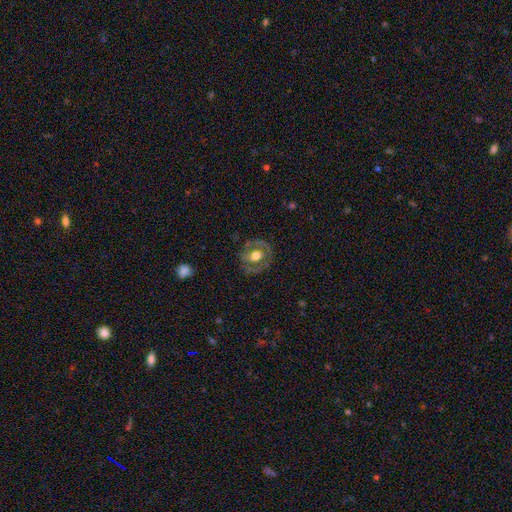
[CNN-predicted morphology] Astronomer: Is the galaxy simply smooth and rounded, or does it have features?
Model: featured or disk — 53% (runner-up: smooth, 39%).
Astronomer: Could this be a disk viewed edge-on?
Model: no — 95%.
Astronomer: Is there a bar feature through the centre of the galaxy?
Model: no — 75%.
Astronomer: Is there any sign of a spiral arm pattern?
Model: no — 71%.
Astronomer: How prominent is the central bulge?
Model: moderate — 56% (runner-up: large, 35%).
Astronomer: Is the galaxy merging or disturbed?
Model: none — 75%.